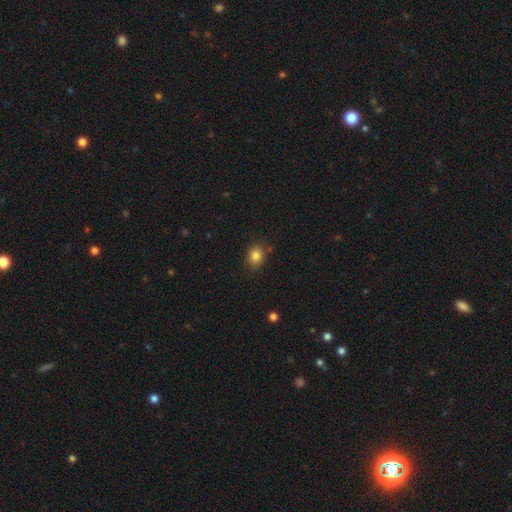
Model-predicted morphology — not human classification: Smooth or featured? Predicted: smooth (p=0.83). How rounded? Predicted: round (p=0.57). Merging? Predicted: none (p=0.81).